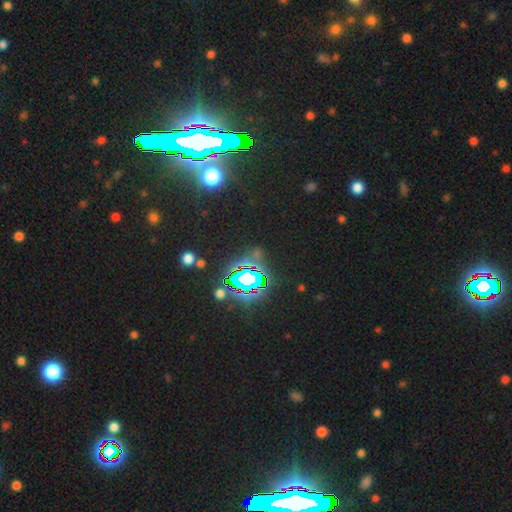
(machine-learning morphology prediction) Overall: star or artifact (78%).